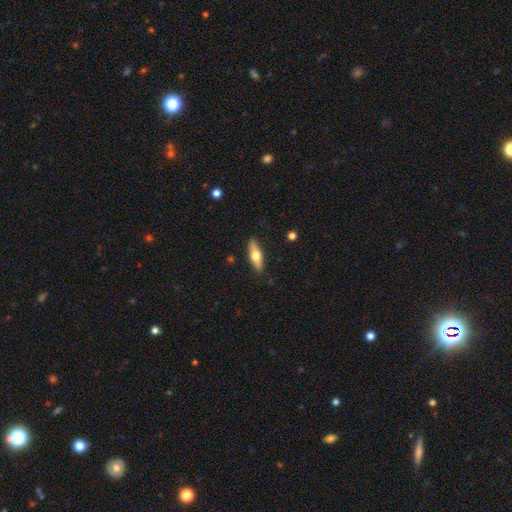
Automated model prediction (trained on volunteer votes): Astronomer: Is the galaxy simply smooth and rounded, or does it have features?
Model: smooth — 56% (runner-up: featured or disk, 38%).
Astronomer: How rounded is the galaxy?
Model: in between — 49%, tied with cigar-shaped at 49%.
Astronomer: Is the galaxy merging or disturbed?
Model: none — 88%.